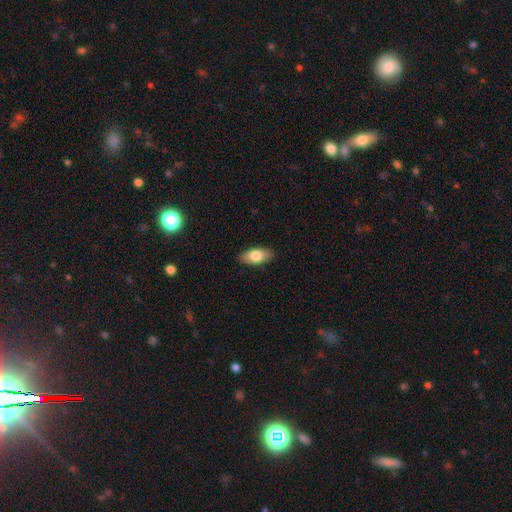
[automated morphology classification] type=smooth (77%); roundness=in between (91%); merging=none (88%).